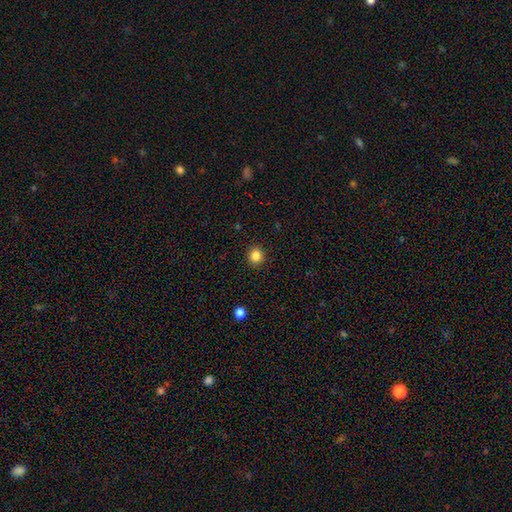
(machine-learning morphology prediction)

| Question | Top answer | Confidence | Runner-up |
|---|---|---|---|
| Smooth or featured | smooth | 85% | star or artifact (11%) |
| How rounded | round | 85% | in between (14%) |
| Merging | none | 91% | minor disturbance (6%) |